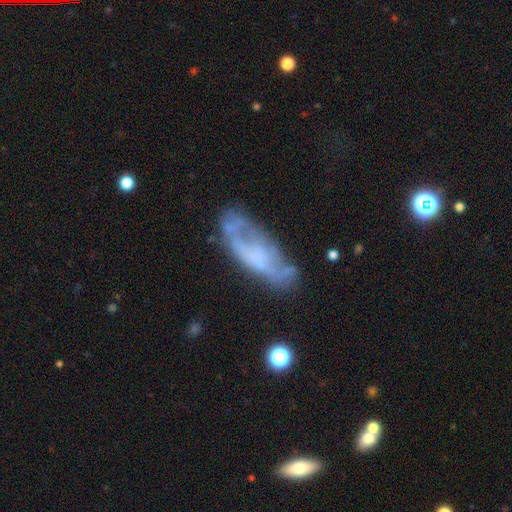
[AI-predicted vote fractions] The model was most divided on "smooth or featured": featured or disk: 55%, smooth: 36%, star or artifact: 10%. Remaining: edge-on disk — no (80%); merging — none (48%).